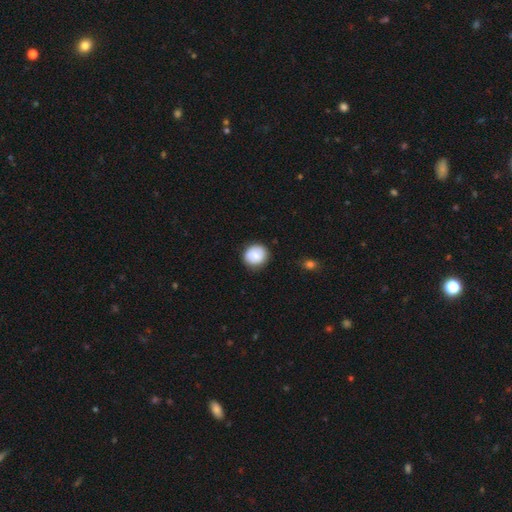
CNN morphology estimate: Smooth or featured? smooth (71%)
How rounded? round (86%)
Merging? none (83%)